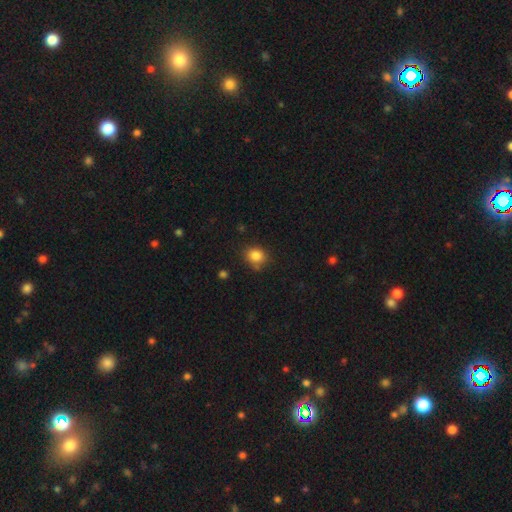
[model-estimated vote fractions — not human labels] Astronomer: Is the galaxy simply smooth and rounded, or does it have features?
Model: smooth — 85%.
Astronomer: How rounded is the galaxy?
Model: round — 67%.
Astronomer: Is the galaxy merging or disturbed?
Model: none — 73%.